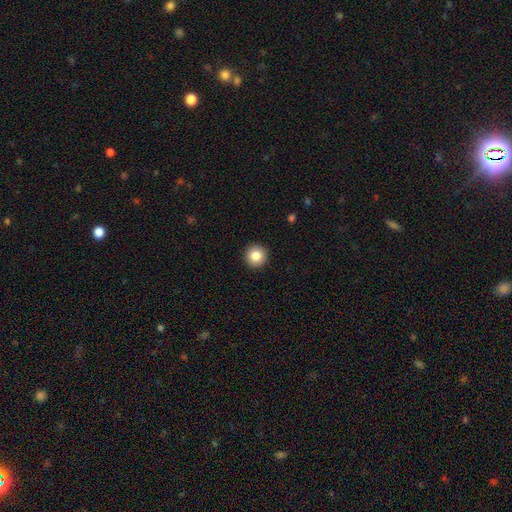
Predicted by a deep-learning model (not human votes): Smooth or featured: smooth — 84% (star or artifact — 9%)
How rounded: round — 95% (in between — 4%)
Merging: none — 93% (minor disturbance — 4%)